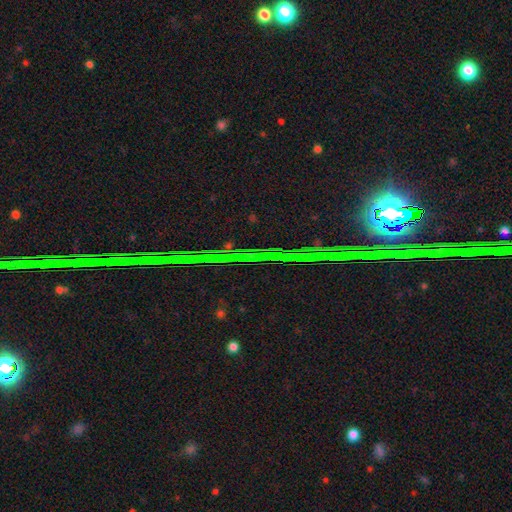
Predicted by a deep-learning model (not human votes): The model was most divided on "smooth or featured": star or artifact: 86%, featured or disk: 8%, smooth: 6%.